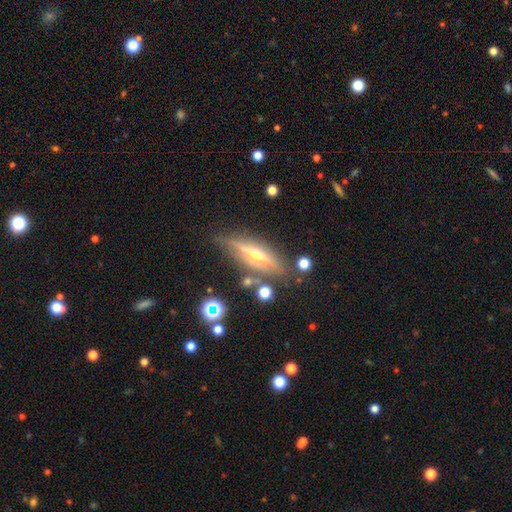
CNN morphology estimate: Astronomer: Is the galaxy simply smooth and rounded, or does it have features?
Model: featured or disk — 69%.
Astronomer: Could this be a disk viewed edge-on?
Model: yes — 91%.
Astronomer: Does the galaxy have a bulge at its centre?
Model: rounded — 87%.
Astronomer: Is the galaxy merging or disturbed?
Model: none — 76%.